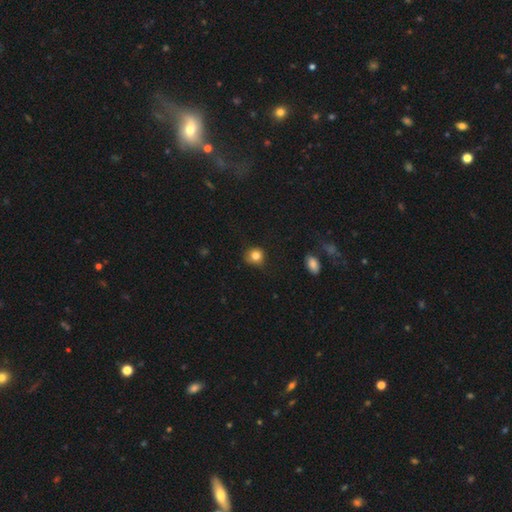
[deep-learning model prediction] Smooth or featured? Predicted: smooth (p=0.82). How rounded? Predicted: round (p=0.82). Merging? Predicted: none (p=0.69).